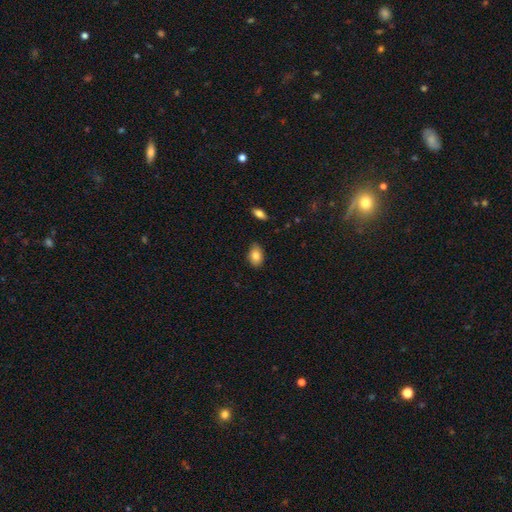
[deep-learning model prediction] Smooth or featured? smooth (84%)
How rounded? in between (86%)
Merging? none (82%)